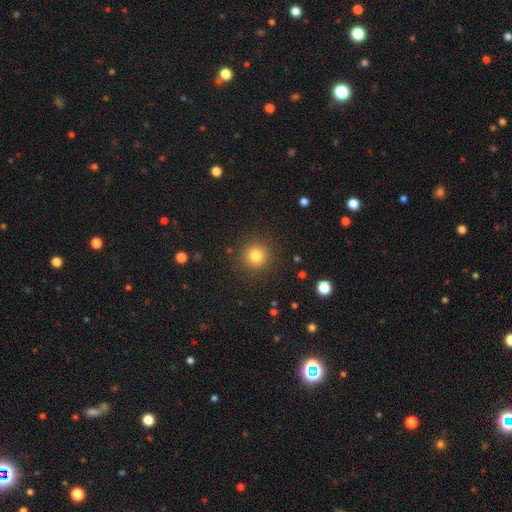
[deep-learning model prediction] smooth-or-featured: smooth: 81% | star or artifact: 13% | featured or disk: 6%
  how-rounded: round: 94% | in between: 5% | cigar-shaped: 1%
  merging: none: 90% | minor disturbance: 6% | major disturbance: 3% | merger: 1%